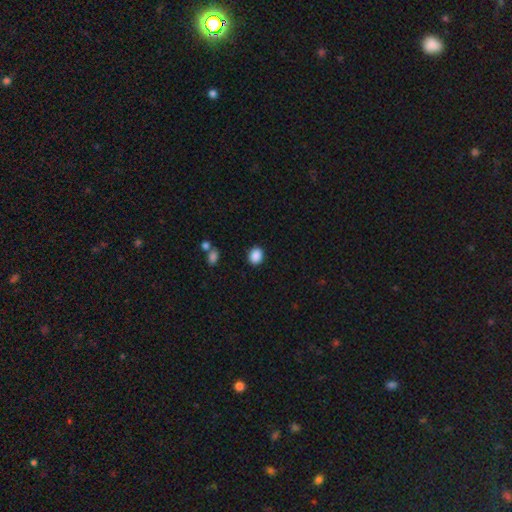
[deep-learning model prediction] Overall: smooth (89%). How rounded: round (55%; in between 45%). Merging: none (89%).